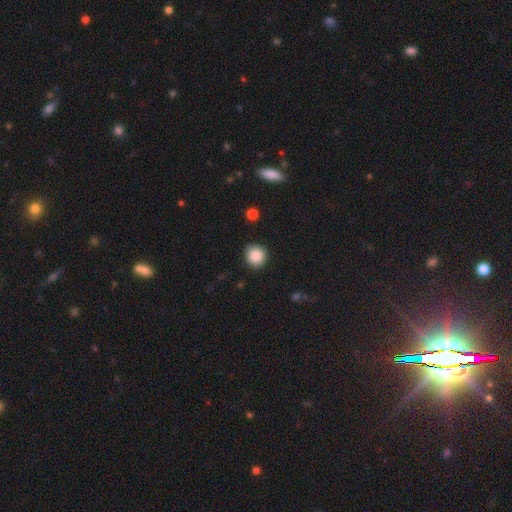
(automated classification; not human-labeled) smooth_or_featured: smooth (p=0.87) [alt: star or artifact p=0.09]
how_rounded: round (p=0.91) [alt: in between p=0.08]
merging: none (p=0.86) [alt: minor disturbance p=0.11]